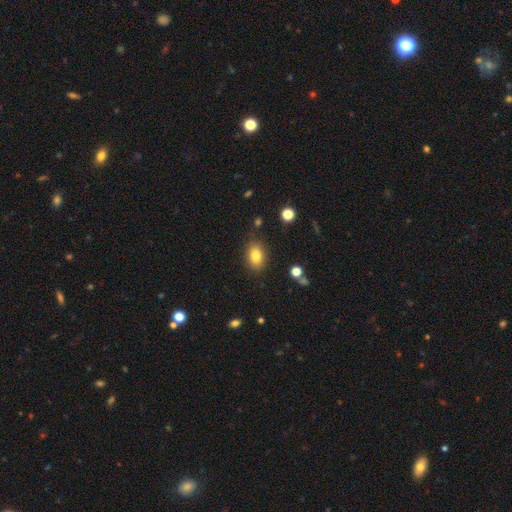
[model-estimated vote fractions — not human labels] Overall: smooth (84%). How rounded: in between (85%). Merging: none (84%).